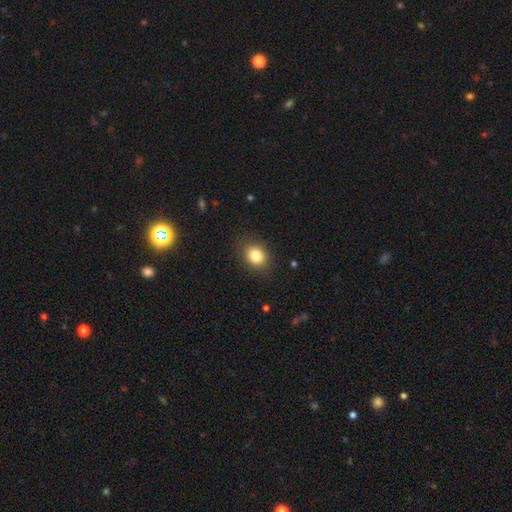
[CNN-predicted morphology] The model was most divided on "how rounded": round: 56%, in between: 43%, cigar-shaped: 1%. More confident: merging — none (86%); smooth or featured — smooth (83%).